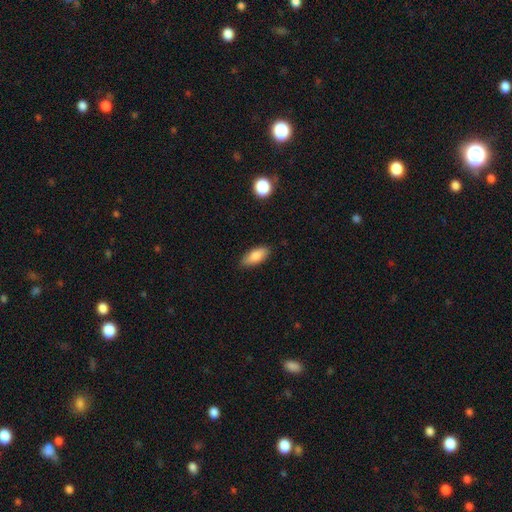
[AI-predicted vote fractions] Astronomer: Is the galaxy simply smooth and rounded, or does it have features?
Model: smooth — 82%.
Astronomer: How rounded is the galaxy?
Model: in between — 83%.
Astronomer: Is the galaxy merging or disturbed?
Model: none — 85%.